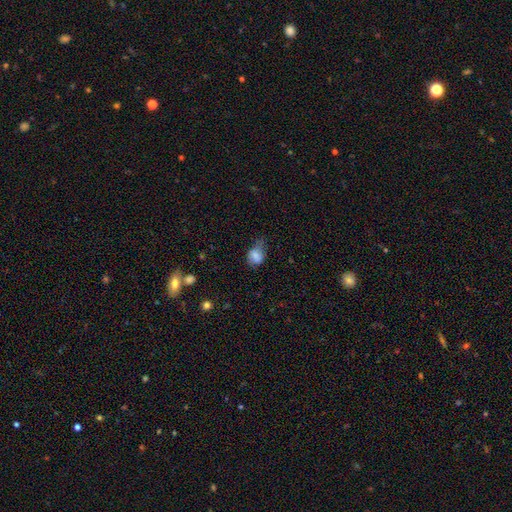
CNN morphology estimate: Smooth or featured: smooth — 75% (featured or disk — 15%)
How rounded: in between — 63% (round — 35%)
Merging: minor disturbance — 40% (none — 38%)